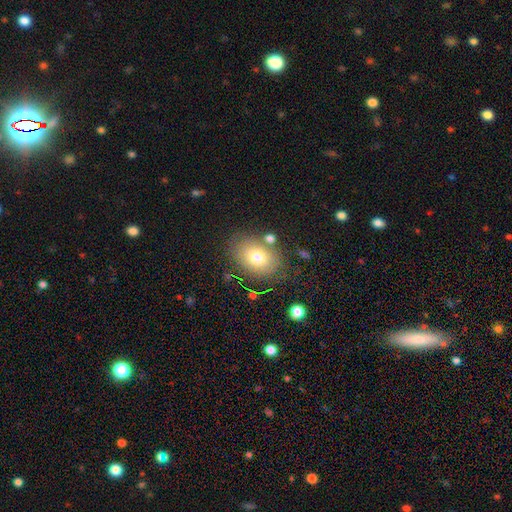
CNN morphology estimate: smooth-or-featured: smooth: 74% | featured or disk: 16% | star or artifact: 11%
  how-rounded: in between: 72% | round: 27% | cigar-shaped: 1%
  merging: none: 79% | minor disturbance: 12% | merger: 5% | major disturbance: 4%